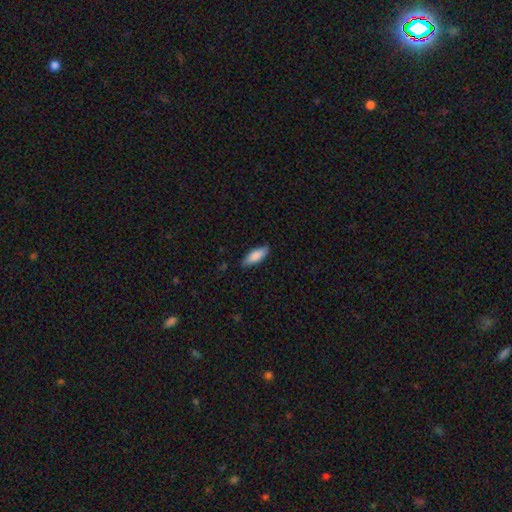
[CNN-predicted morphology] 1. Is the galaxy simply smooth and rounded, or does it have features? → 85% smooth, 9% featured or disk, 6% star or artifact.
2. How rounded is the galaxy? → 63% in between, 35% cigar-shaped, 2% round.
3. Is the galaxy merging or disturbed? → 85% none, 12% minor disturbance, 2% major disturbance, 1% merger.